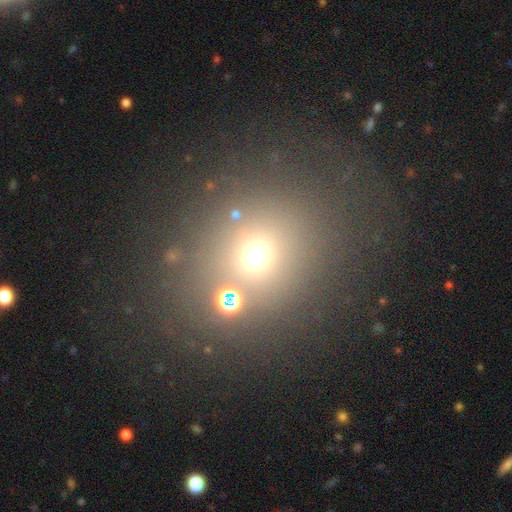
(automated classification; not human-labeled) Overall: smooth (59%; star or artifact 28%). How rounded: round (76%). Merging: none (67%).